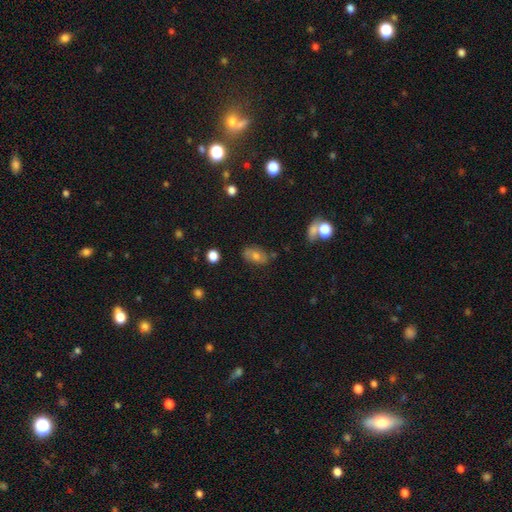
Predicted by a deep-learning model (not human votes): smooth_or_featured: smooth (p=0.58) [alt: featured or disk p=0.27]
how_rounded: in between (p=0.85) [alt: round p=0.11]
merging: none (p=0.75) [alt: minor disturbance p=0.17]